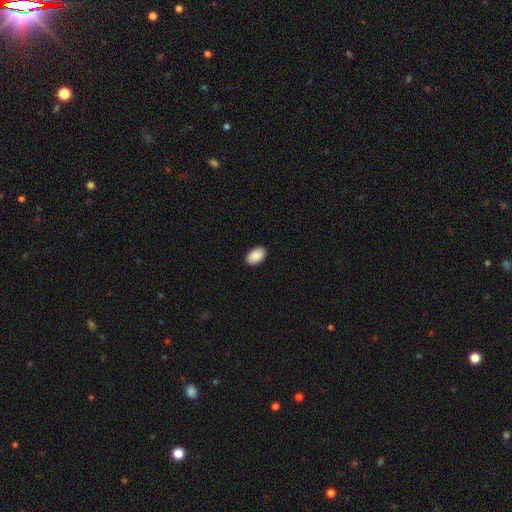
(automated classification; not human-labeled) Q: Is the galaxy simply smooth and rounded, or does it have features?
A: smooth — 91%.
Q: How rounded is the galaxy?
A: in between — 93%.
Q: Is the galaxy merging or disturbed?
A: none — 90%.